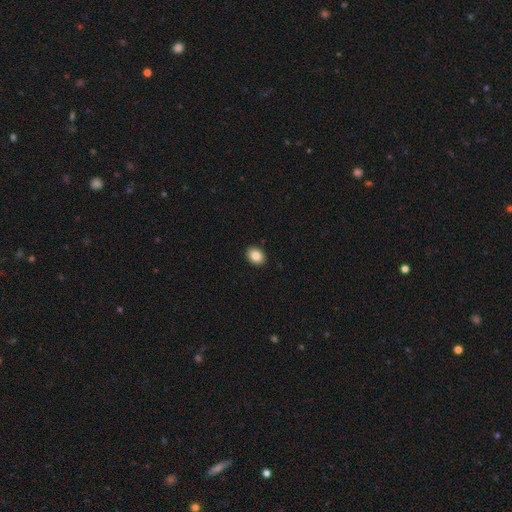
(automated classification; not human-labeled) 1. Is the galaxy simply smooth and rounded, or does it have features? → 87% smooth, 8% star or artifact, 5% featured or disk.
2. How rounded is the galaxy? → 67% in between, 32% round, 1% cigar-shaped.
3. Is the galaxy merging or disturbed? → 91% none, 6% minor disturbance, 2% major disturbance, 1% merger.